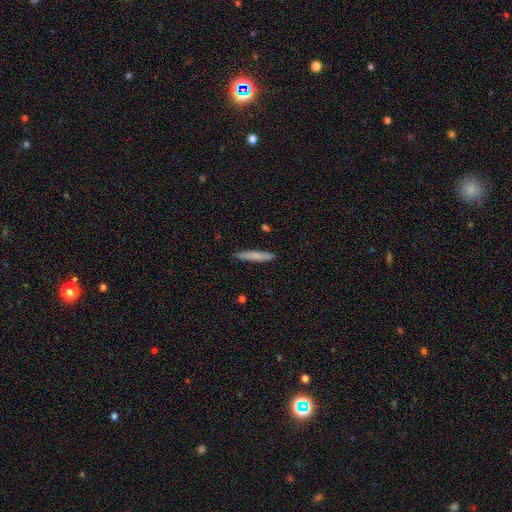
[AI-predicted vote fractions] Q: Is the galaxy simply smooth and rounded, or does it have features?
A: smooth — 74%.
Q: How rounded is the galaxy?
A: cigar-shaped — 94%.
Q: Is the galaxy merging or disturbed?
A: none — 89%.